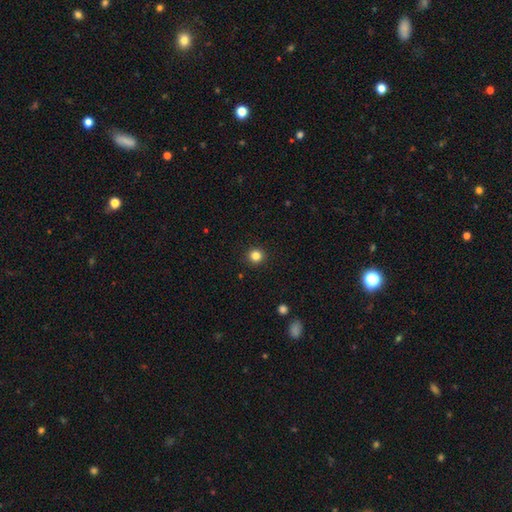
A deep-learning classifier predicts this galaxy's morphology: smooth-or-featured: smooth: 84% | star or artifact: 12% | featured or disk: 4%
  how-rounded: round: 94% | in between: 5% | cigar-shaped: 1%
  merging: none: 93% | minor disturbance: 4% | major disturbance: 2% | merger: 1%